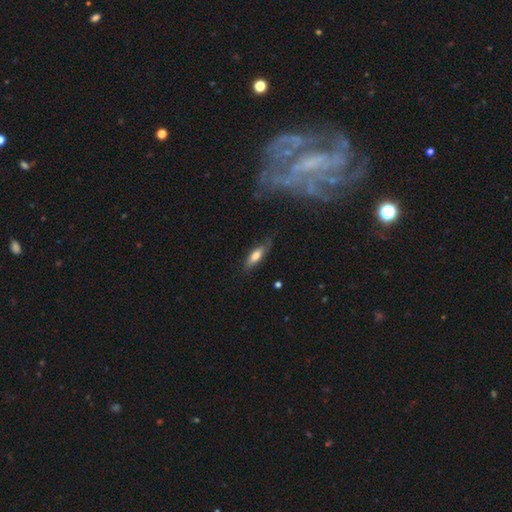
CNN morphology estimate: type=smooth (67%); roundness=in between (50%); merging=none (68%).